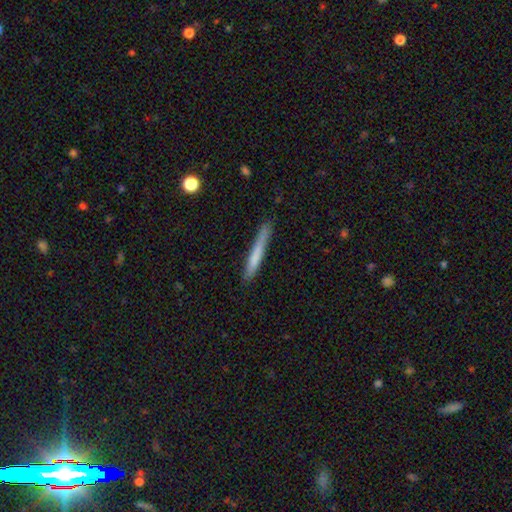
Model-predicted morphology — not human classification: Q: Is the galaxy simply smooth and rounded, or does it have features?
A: smooth — 69%.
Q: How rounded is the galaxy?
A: cigar-shaped — 96%.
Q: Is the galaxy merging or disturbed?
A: none — 81%.